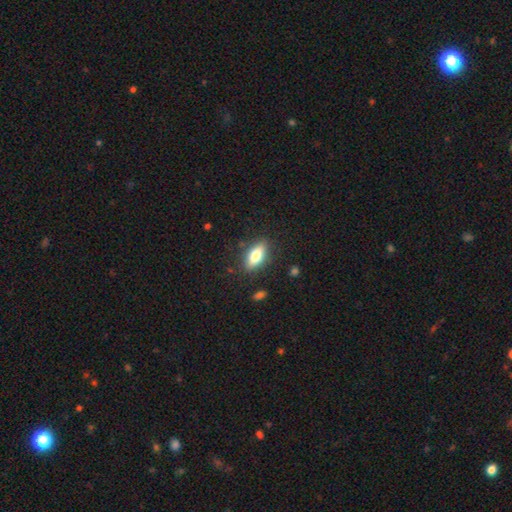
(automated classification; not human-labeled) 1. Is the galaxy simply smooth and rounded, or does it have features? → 73% smooth, 19% featured or disk, 8% star or artifact.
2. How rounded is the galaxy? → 79% in between, 17% cigar-shaped, 4% round.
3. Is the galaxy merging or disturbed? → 84% none, 11% minor disturbance, 3% major disturbance, 2% merger.